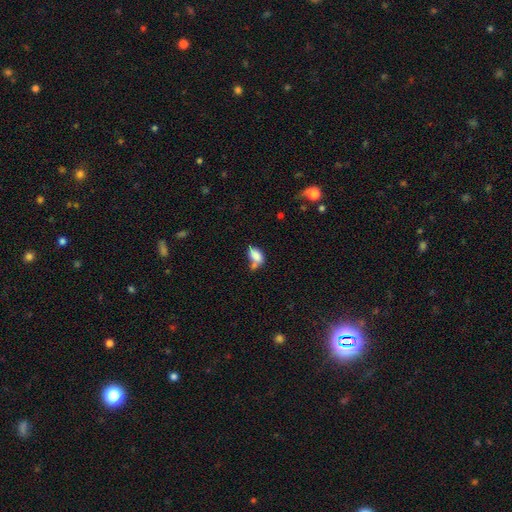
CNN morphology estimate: smooth_or_featured: smooth (p=0.80) [alt: featured or disk p=0.11]
how_rounded: in between (p=0.89) [alt: round p=0.06]
merging: merger (p=0.35) [alt: none p=0.32]